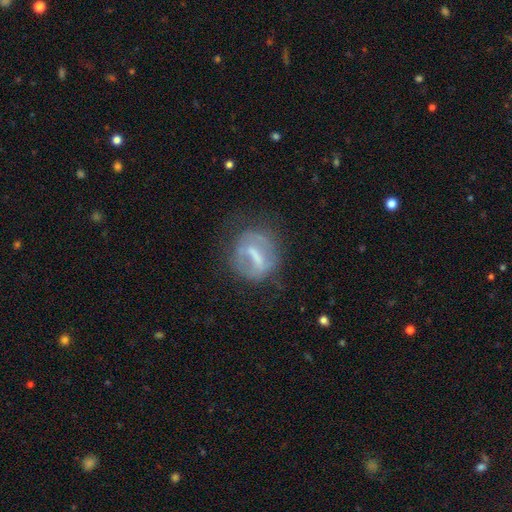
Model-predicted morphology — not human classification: smooth-or-featured: featured or disk: 61% | smooth: 30% | star or artifact: 9%
  disk-edge-on: no: 92% | yes: 8%
    bar: strong: 56% | weak: 31% | no: 13%
    has-spiral-arms: no: 62% | yes: 38%
    bulge-size: none: 35% | moderate: 30% | small: 27% | large: 7% | dominant: 1%
  merging: none: 60% | minor disturbance: 21% | major disturbance: 16% | merger: 3%